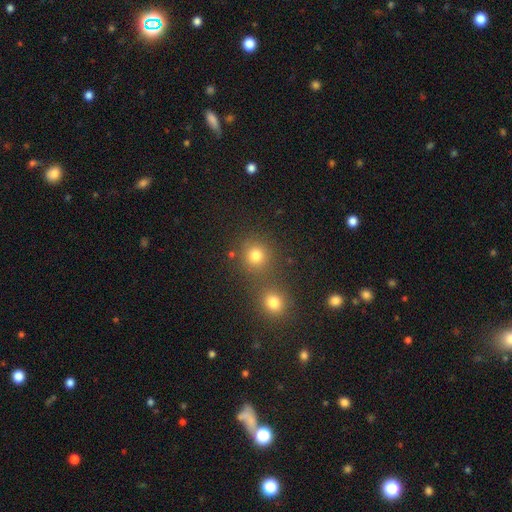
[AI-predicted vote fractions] smooth_or_featured: smooth (p=0.77) [alt: star or artifact p=0.17]
how_rounded: round (p=0.87) [alt: in between p=0.12]
merging: none (p=0.64) [alt: merger p=0.26]